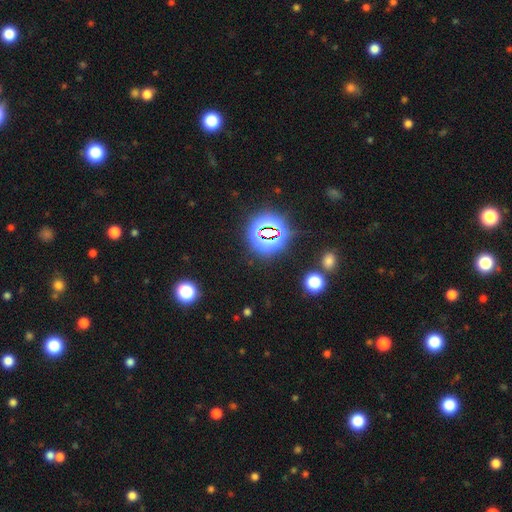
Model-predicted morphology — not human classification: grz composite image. It shows a star or artifact, not a galaxy (80%).